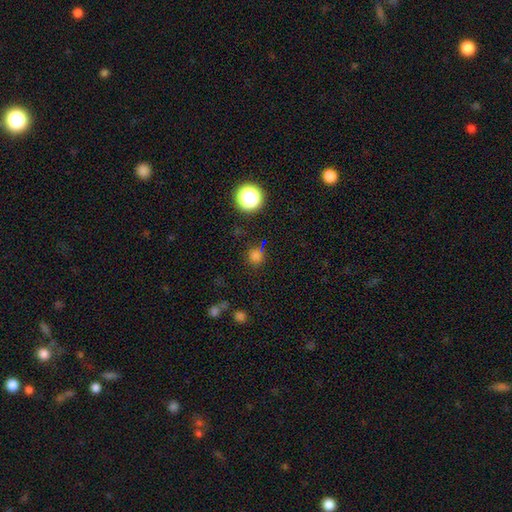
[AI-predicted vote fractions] Smooth or featured? smooth (73%)
How rounded? round (91%)
Merging? none (84%)